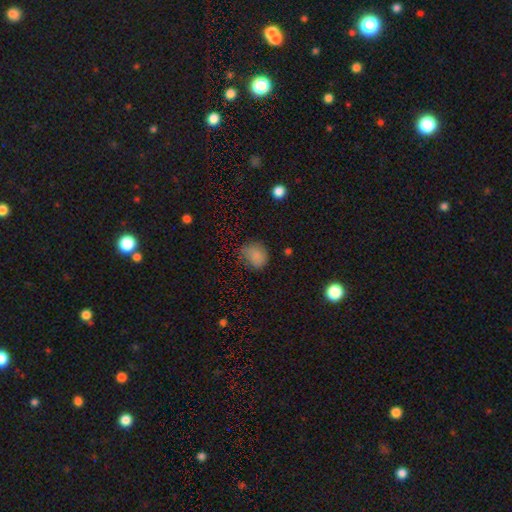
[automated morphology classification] Q: Smooth or featured?
A: smooth (82%); runner-up: star or artifact (12%)
Q: How rounded?
A: round (53%); runner-up: in between (45%)
Q: Merging?
A: none (57%); runner-up: minor disturbance (30%)